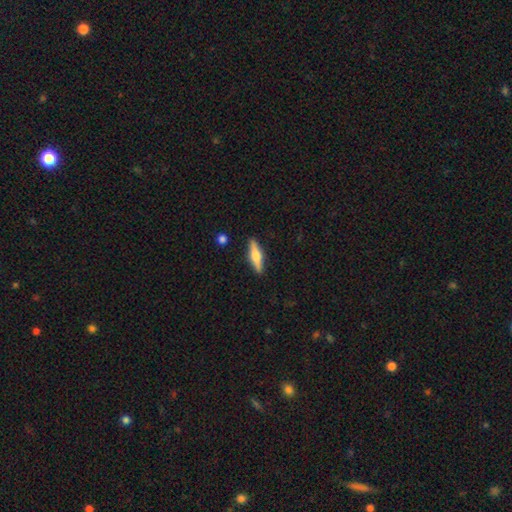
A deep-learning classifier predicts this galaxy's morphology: This appears to be a featured or disk galaxy (56%) viewed edge-on (96%) with a rounded central bulge (91%). Merging: none (89%).